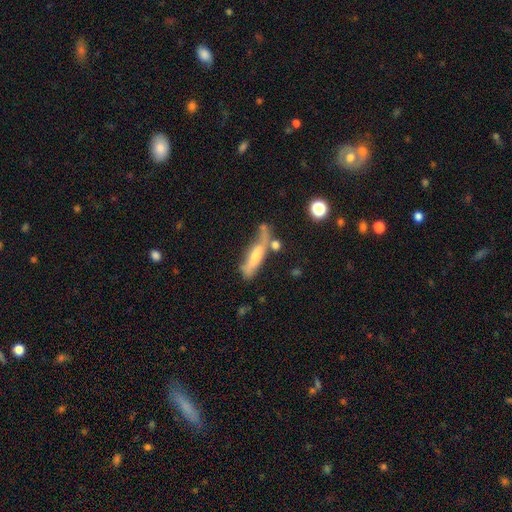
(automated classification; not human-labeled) Overall: smooth (48%; featured or disk 42%). Merging: none (33%; minor disturbance 24%).